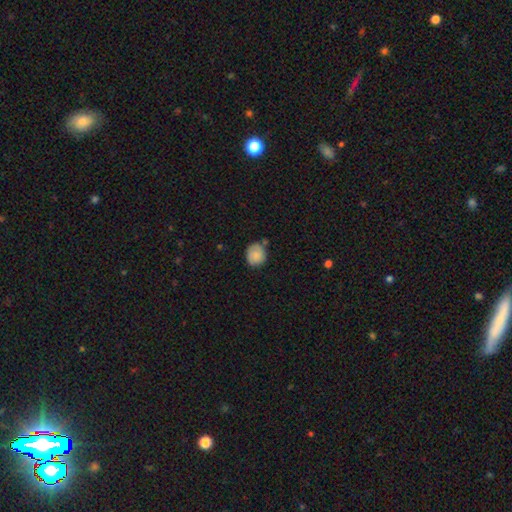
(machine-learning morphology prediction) This is likely a smooth galaxy (78%). How rounded: likely round (74%). Merging: likely none (64%).